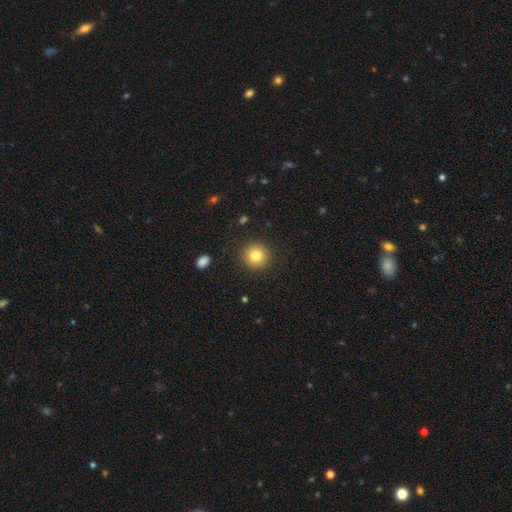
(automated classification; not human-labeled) A smooth galaxy with no disk features (81%) that is round (94%). Merging: none (90%).